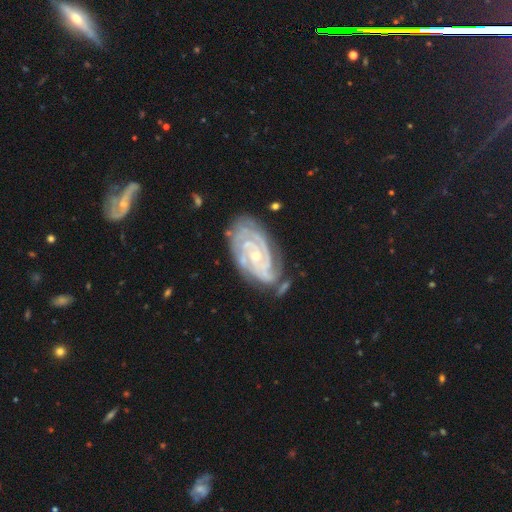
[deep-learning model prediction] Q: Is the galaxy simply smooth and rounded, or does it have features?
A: featured or disk — 90%.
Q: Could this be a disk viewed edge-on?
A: no — 96%.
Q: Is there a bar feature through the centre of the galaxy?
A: no — 67%.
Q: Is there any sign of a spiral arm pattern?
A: yes — 98%.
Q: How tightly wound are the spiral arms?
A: tight — 78%.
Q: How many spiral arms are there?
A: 3 — 28%.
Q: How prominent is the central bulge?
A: small — 65%.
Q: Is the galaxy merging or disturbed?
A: none — 65%.